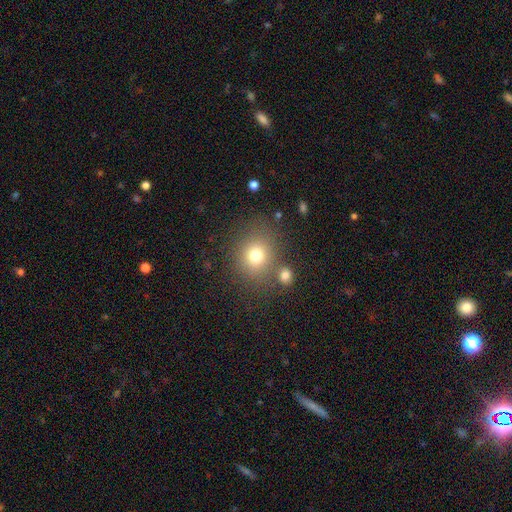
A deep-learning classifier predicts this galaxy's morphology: This is likely a smooth galaxy (75%). How rounded: likely round (79%). Merging: likely none (73%).